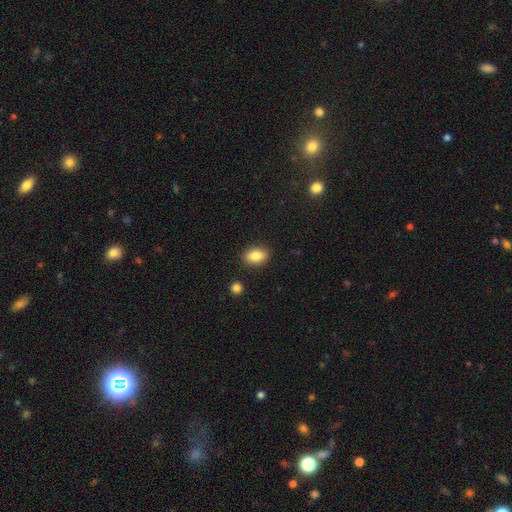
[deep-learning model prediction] Morphology: type=smooth (86%); roundness=in between (85%); merging=none (87%).